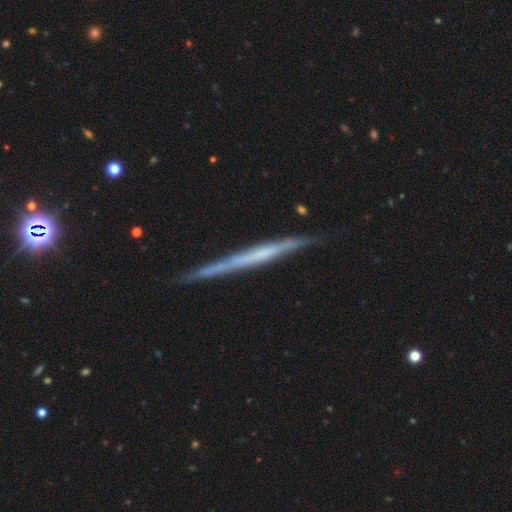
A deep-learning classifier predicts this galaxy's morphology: A featured or disk galaxy (66%) viewed edge-on (97%) with no central bulge (84%). Merging: none (83%).